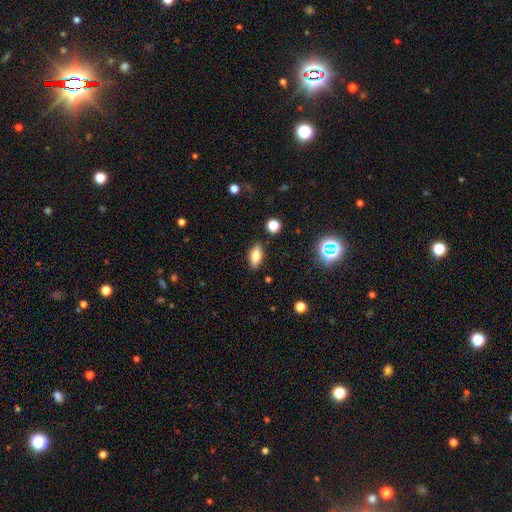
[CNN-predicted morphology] This is likely a smooth galaxy (75%). How rounded: clearly in between (82%). Merging: clearly none (86%).